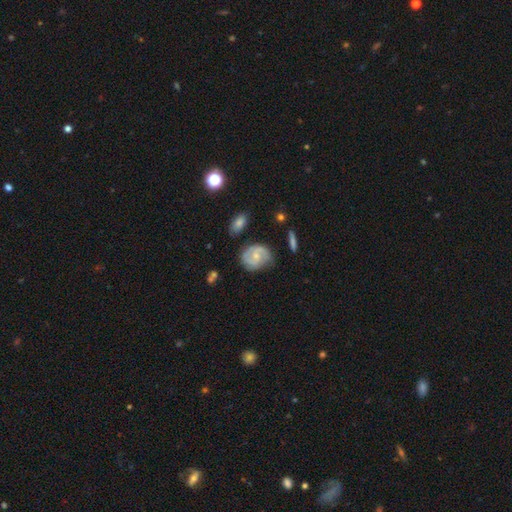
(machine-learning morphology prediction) smooth-or-featured: featured or disk: 71% | smooth: 23% | star or artifact: 6%
  disk-edge-on: no: 97% | yes: 3%
    bar: no: 57% | weak: 37% | strong: 6%
    has-spiral-arms: yes: 91% | no: 9%
      spiral-winding: medium: 43% | tight: 42% | loose: 15%
      spiral-arm-count: 2: 71% | can't tell: 15% | 3: 7% | 1: 4% | 4: 2% | more than 4: 2%
    bulge-size: small: 60% | moderate: 34% | none: 4% | large: 1% | dominant: 1%
  merging: none: 69% | minor disturbance: 22% | major disturbance: 6% | merger: 3%